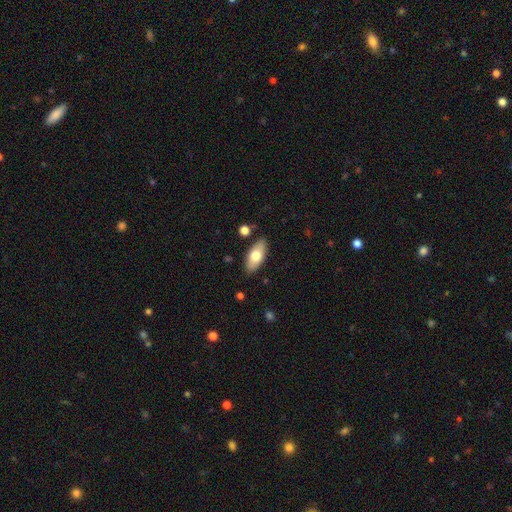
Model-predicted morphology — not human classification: Overall: smooth (71%). How rounded: in between (87%). Merging: none (85%).